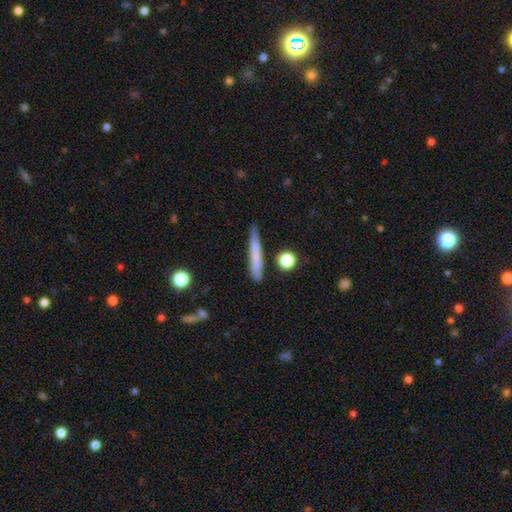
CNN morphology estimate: Smooth or featured: smooth — 69% (featured or disk — 24%)
How rounded: cigar-shaped — 95% (in between — 3%)
Merging: none — 82% (minor disturbance — 12%)